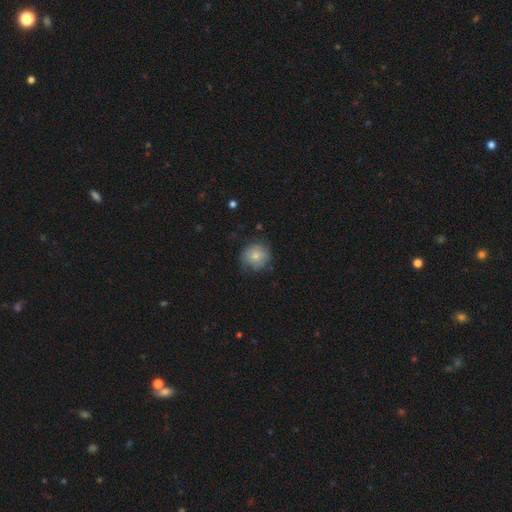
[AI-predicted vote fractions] Q: Smooth or featured?
A: smooth (77%); runner-up: featured or disk (15%)
Q: How rounded?
A: round (89%); runner-up: in between (10%)
Q: Merging?
A: none (70%); runner-up: minor disturbance (23%)